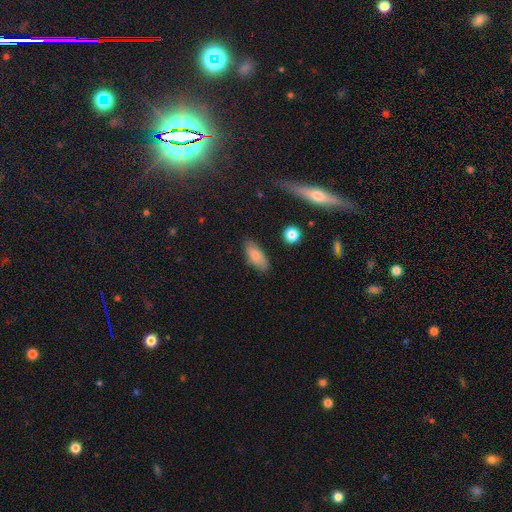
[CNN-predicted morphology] This is clearly a smooth galaxy (83%). How rounded: clearly in between (81%). Merging: clearly none (82%).